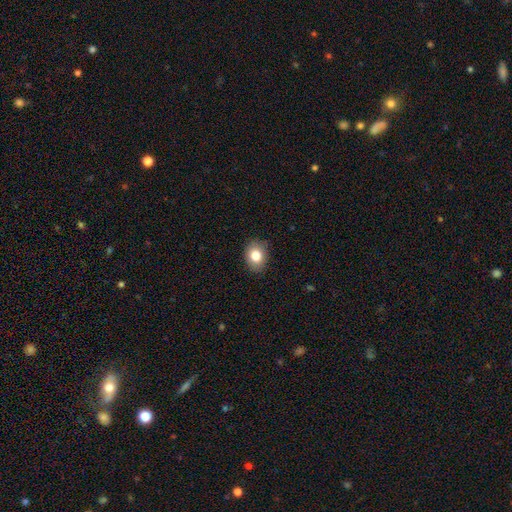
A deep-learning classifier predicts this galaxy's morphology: This appears to be a smooth galaxy with no disk features (82%) that is in between round and cigar-shaped (59%). Merging: none (87%).